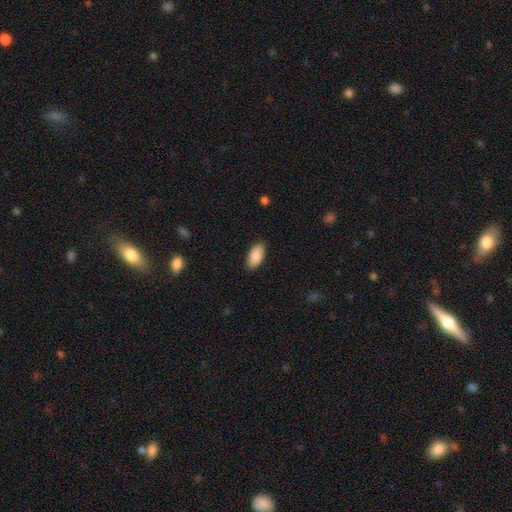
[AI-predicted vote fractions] smooth_or_featured: smooth (p=0.89) [alt: star or artifact p=0.06]
how_rounded: in between (p=0.94) [alt: cigar-shaped p=0.04]
merging: none (p=0.87) [alt: minor disturbance p=0.10]